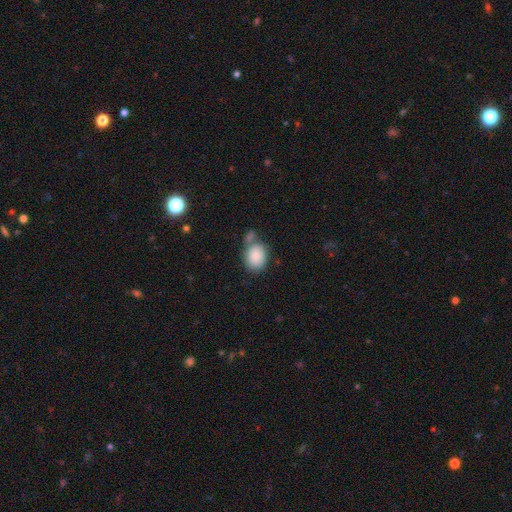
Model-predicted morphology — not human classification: This is clearly a smooth galaxy (87%). How rounded: likely in between (65%). Merging: possibly none (55%).